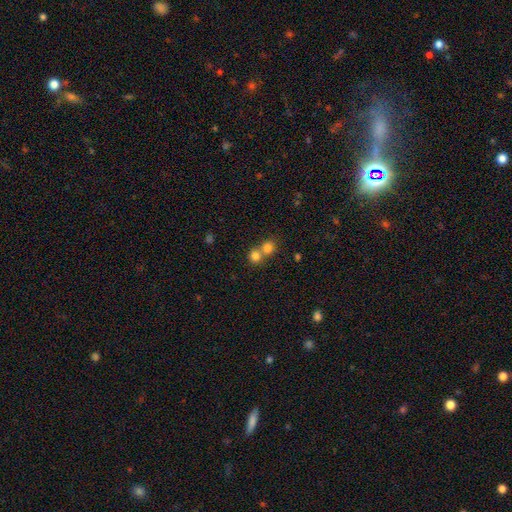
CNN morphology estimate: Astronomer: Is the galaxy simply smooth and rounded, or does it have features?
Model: smooth — 79%.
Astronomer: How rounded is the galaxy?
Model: round — 85%.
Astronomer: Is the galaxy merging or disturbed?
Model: merger — 54% (runner-up: none, 40%).